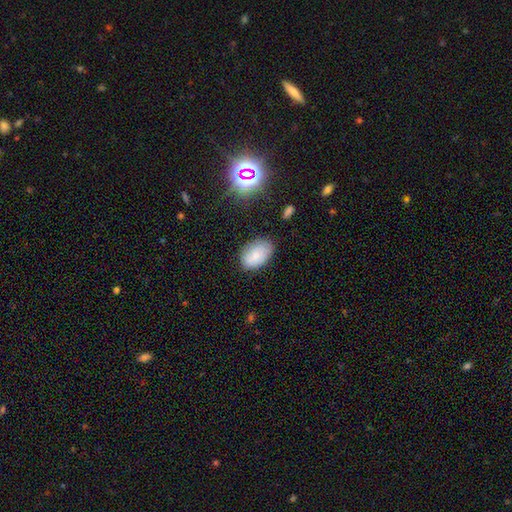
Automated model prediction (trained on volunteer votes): A smooth galaxy with no disk features (78%) that is in between round and cigar-shaped (89%). Merging: none (77%).